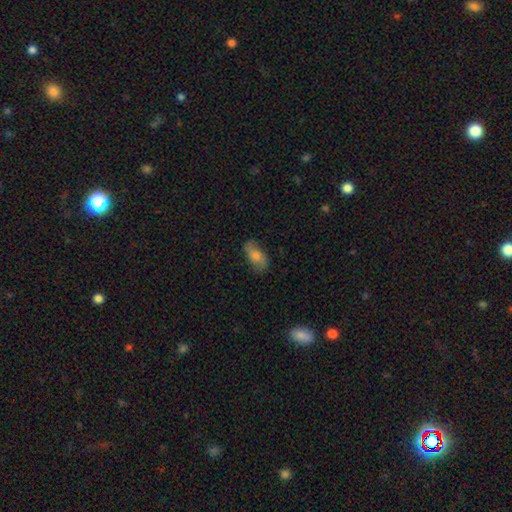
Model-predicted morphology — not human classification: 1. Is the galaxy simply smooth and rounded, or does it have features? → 61% smooth, 30% featured or disk, 9% star or artifact.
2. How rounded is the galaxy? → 88% in between, 6% cigar-shaped, 5% round.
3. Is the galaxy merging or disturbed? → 70% none, 21% minor disturbance, 7% major disturbance, 2% merger.